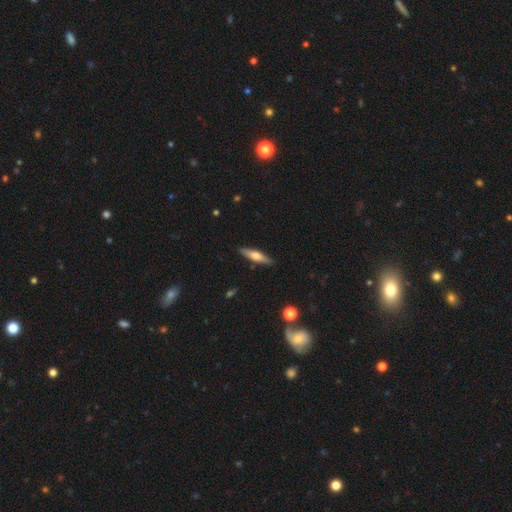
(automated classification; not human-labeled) featured or disk 51%, smooth 43%, star or artifact 6%. Down the decision tree: edge-on disk — yes (94%); merging — none (89%).